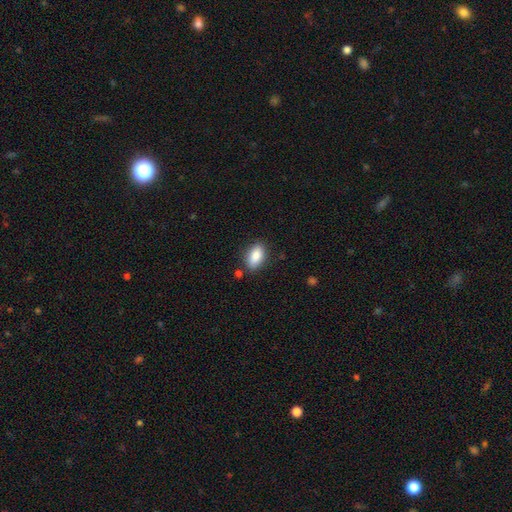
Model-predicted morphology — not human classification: This is clearly a smooth galaxy (86%). How rounded: clearly in between (90%). Merging: clearly none (82%).